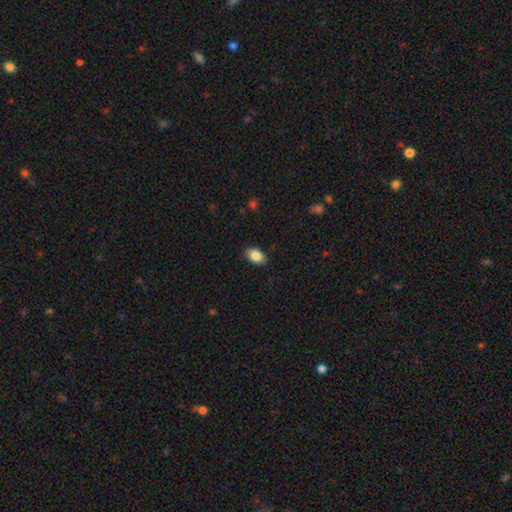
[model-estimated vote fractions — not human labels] Morphology: type=smooth (86%); roundness=in between (88%); merging=none (87%).